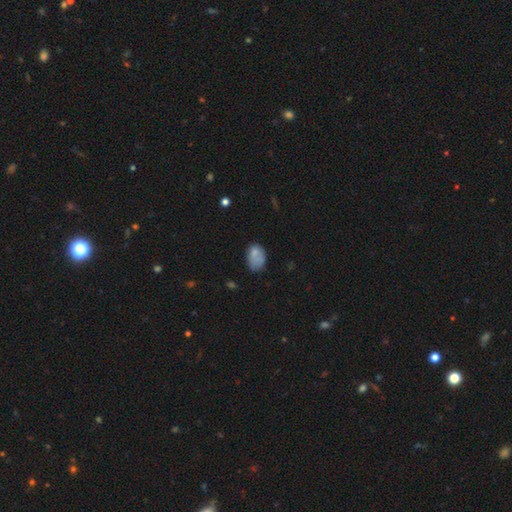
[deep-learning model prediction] Overall: smooth (77%). How rounded: in between (81%). Merging: none (44%; minor disturbance 34%).